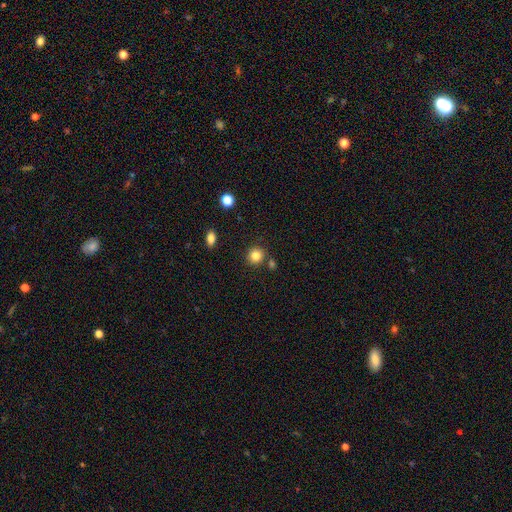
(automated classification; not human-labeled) The model was most divided on "smooth or featured": smooth: 83%, star or artifact: 11%, featured or disk: 6%. More confident: how rounded — round (88%); merging — none (81%).